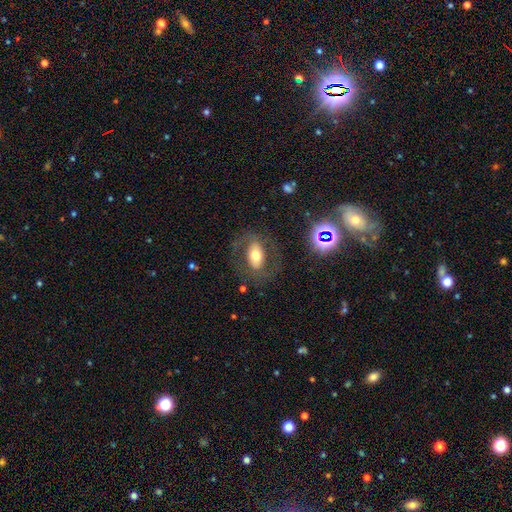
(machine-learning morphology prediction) Overall: smooth (45%; featured or disk 44%). Merging: none (73%).